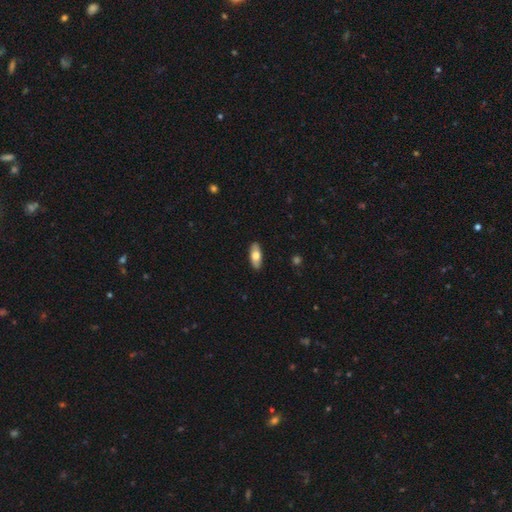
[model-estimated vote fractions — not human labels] A smooth galaxy with no disk features (67%) that is in between round and cigar-shaped (84%).

Vote fractions:
- Smooth or featured? smooth: 67% / featured or disk: 28% / star or artifact: 5%
- How rounded? in between: 84% / cigar-shaped: 13% / round: 3%
- Merging? none: 89% / minor disturbance: 8% / major disturbance: 2% / merger: 1%